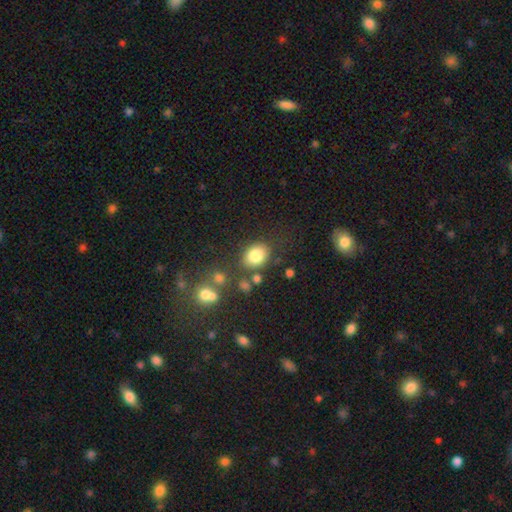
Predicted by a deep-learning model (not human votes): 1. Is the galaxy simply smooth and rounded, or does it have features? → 82% smooth, 11% star or artifact, 8% featured or disk.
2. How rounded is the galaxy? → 54% in between, 45% round, 1% cigar-shaped.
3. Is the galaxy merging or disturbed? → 73% none, 14% minor disturbance, 7% merger, 5% major disturbance.